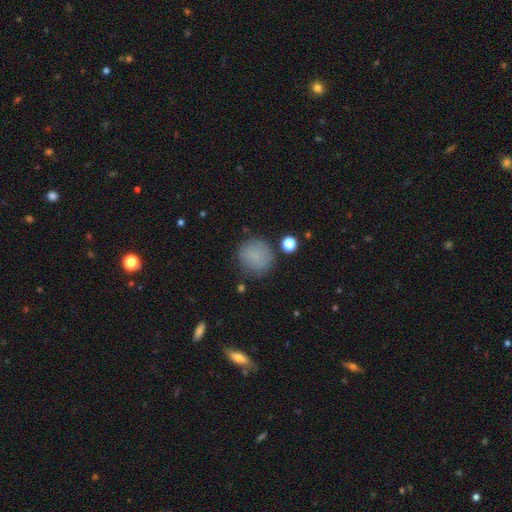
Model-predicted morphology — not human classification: A smooth galaxy with no disk features (83%) that is round (90%).

Vote fractions:
- Smooth or featured? smooth: 83% / star or artifact: 10% / featured or disk: 7%
- How rounded? round: 90% / in between: 9% / cigar-shaped: 1%
- Merging? none: 79% / minor disturbance: 14% / major disturbance: 4% / merger: 3%